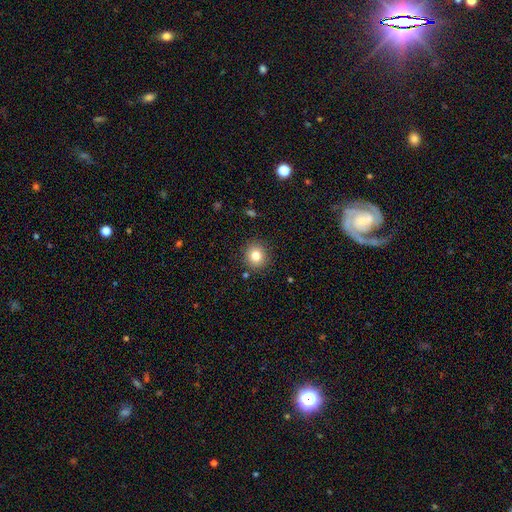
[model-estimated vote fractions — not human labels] Smooth or featured?
  - smooth: 81% *
  - star or artifact: 11%
  - featured or disk: 8%
How rounded?
  - round: 86% *
  - in between: 14%
  - cigar-shaped: 1%
Merging?
  - none: 89% *
  - minor disturbance: 7%
  - major disturbance: 2%
  - merger: 2%